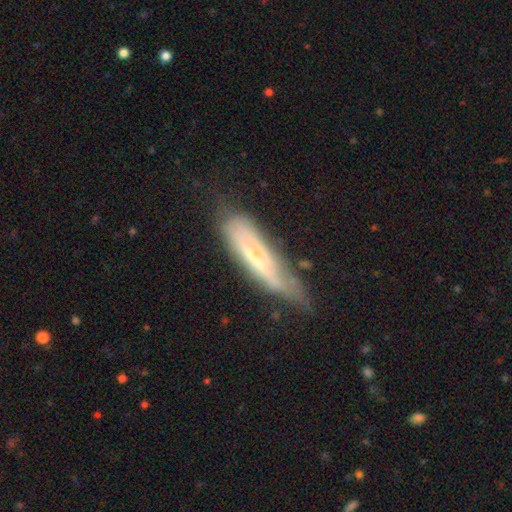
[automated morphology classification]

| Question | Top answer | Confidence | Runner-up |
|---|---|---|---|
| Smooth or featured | featured or disk | 54% | smooth (38%) |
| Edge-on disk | yes | 56% | no (44%) |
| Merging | none | 49% | minor disturbance (34%) |